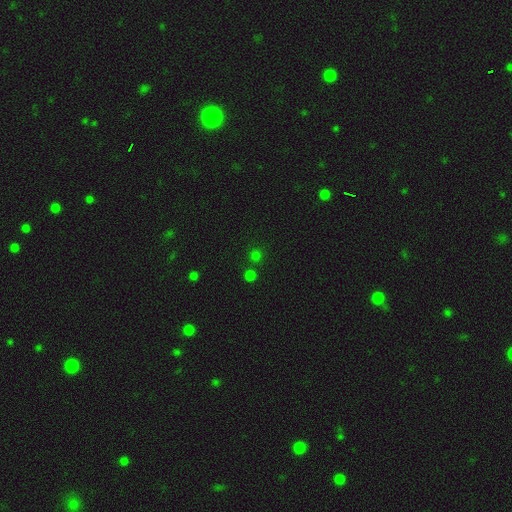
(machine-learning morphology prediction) Smooth or featured? smooth (65%)
How rounded? round (93%)
Merging? none (79%)